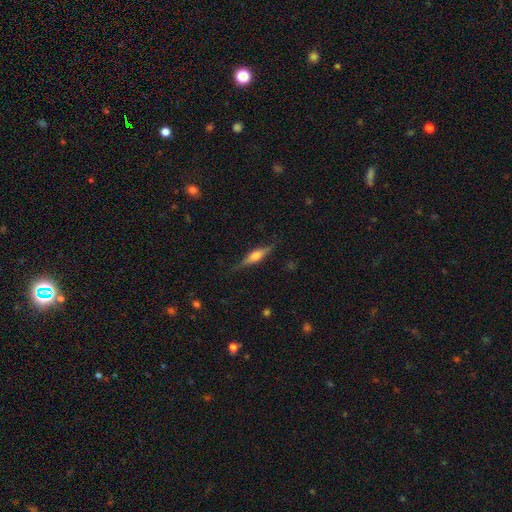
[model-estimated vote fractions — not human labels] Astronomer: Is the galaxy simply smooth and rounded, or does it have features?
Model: featured or disk — 65%.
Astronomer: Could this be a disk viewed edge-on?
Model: yes — 96%.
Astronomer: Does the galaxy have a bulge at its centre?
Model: rounded — 87%.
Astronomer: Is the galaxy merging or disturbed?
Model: none — 81%.